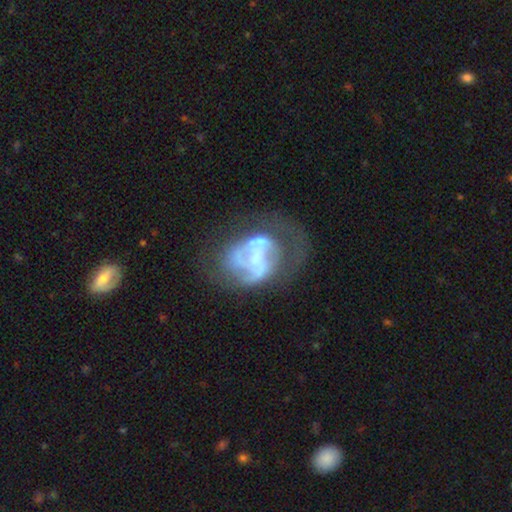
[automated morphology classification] Smooth or featured?
  - featured or disk: 72% *
  - smooth: 19%
  - star or artifact: 9%
Edge-on disk?
  - no: 98% *
  - yes: 2%
Bar?
  - no: 62% *
  - weak: 26%
  - strong: 13%
Spiral arms?
  - yes: 51% *
  - no: 49%
Bulge size?
  - none: 50% *
  - small: 25%
  - moderate: 16%
  - large: 7%
  - dominant: 2%
Merging?
  - major disturbance: 40% *
  - none: 32%
  - minor disturbance: 19%
  - merger: 8%